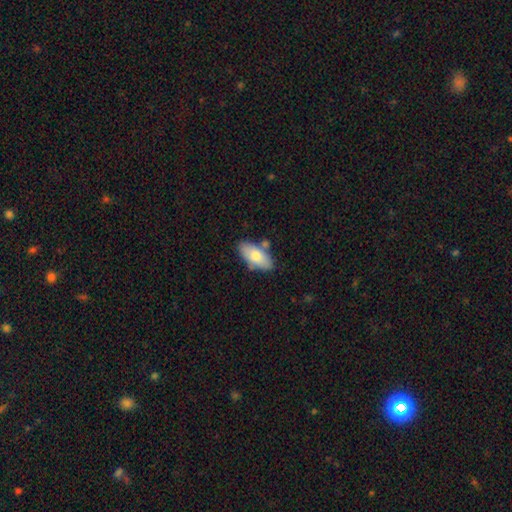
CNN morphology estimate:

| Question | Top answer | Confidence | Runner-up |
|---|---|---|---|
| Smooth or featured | smooth | 74% | featured or disk (20%) |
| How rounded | in between | 90% | cigar-shaped (7%) |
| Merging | none | 71% | minor disturbance (16%) |